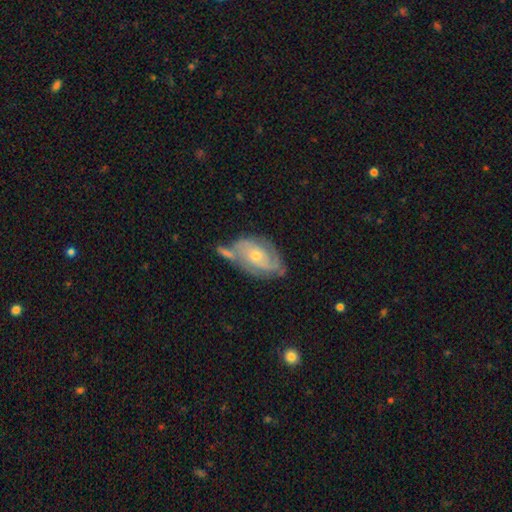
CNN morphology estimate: smooth_or_featured: featured or disk (p=0.78) [alt: smooth p=0.16]
disk_edge_on: no (p=0.96) [alt: yes p=0.04]
bar: no (p=0.70) [alt: weak p=0.25]
has_spiral_arms: yes (p=0.91) [alt: no p=0.09]
spiral_winding: tight (p=0.48) [alt: medium p=0.39]
spiral_arm_count: 2 (p=0.55) [alt: can't tell p=0.24]
bulge_size: small (p=0.57) [alt: moderate p=0.39]
merging: none (p=0.49) [alt: minor disturbance p=0.24]